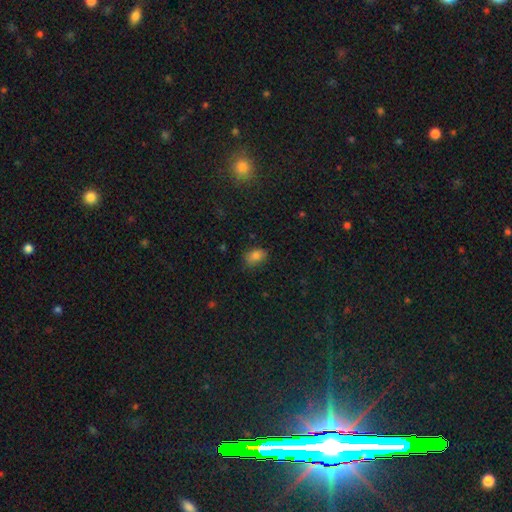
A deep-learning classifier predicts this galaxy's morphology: Smooth or featured: smooth — 81% (star or artifact — 12%)
How rounded: in between — 78% (round — 20%)
Merging: none — 73% (minor disturbance — 21%)